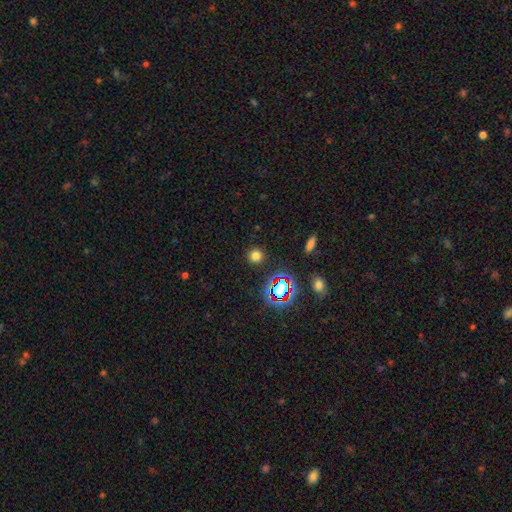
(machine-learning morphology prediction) The model was most divided on "smooth or featured": smooth: 73%, star or artifact: 21%, featured or disk: 6%. More confident: how rounded — round (93%); merging — none (90%).